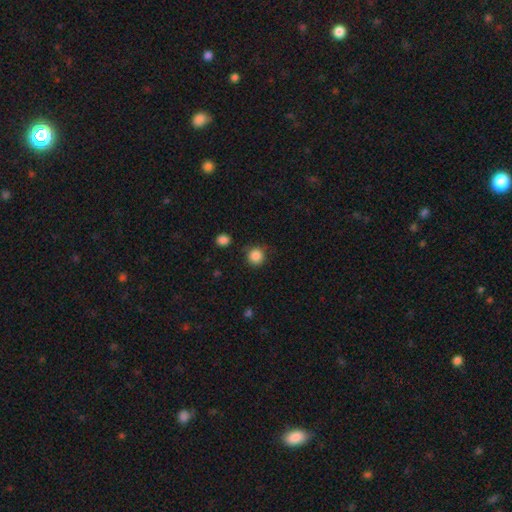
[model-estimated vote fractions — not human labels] A smooth galaxy with no disk features (86%) that is round (94%). Merging: none (84%).